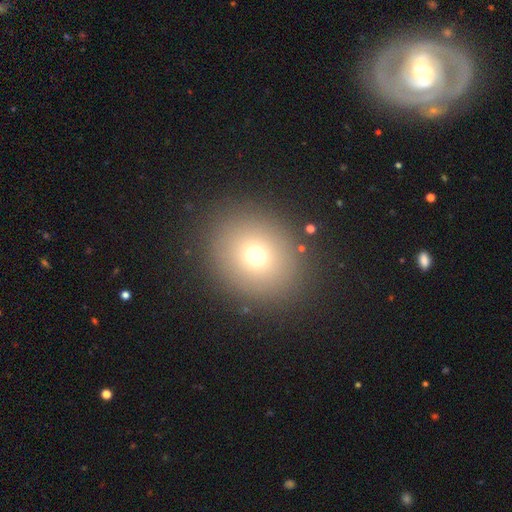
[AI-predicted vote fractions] This is likely a smooth galaxy (71%). How rounded: likely round (78%). Merging: clearly none (88%).